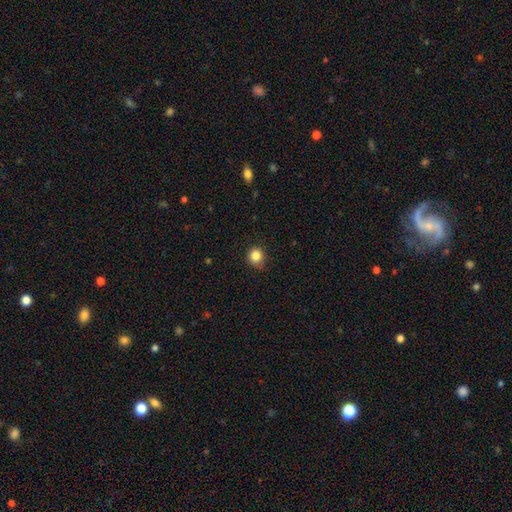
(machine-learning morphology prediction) A smooth galaxy with no disk features (85%) that is round (82%). Merging: none (82%).